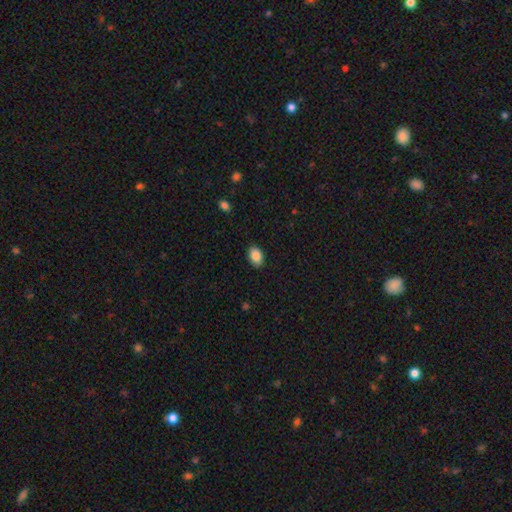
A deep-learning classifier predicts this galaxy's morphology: smooth-or-featured: smooth: 88% | star or artifact: 7% | featured or disk: 5%
  how-rounded: in between: 90% | round: 9% | cigar-shaped: 1%
  merging: none: 89% | minor disturbance: 8% | major disturbance: 2% | merger: 1%